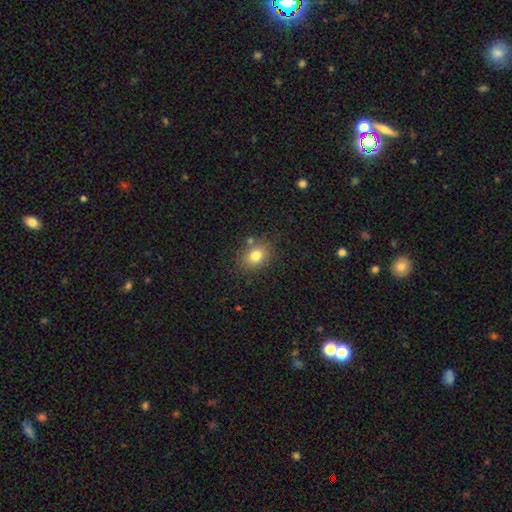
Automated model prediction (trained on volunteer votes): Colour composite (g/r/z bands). It shows a smooth galaxy with no disk features (79%) that is in between round and cigar-shaped (52%). Merging: none (77%).